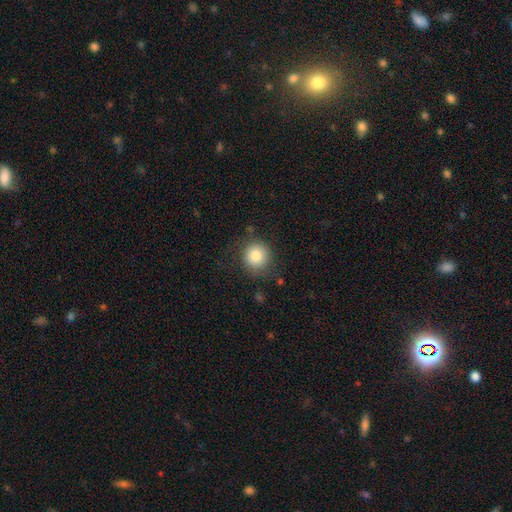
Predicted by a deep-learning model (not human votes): This is clearly a smooth galaxy (83%). How rounded: clearly round (91%). Merging: clearly none (81%).